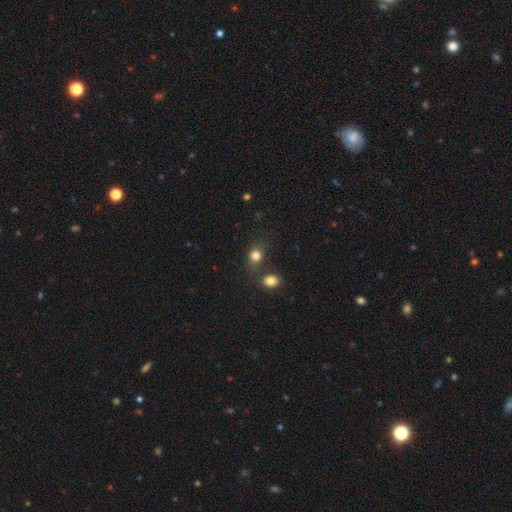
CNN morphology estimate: Smooth or featured? smooth (80%)
How rounded? round (52%)
Merging? none (65%)